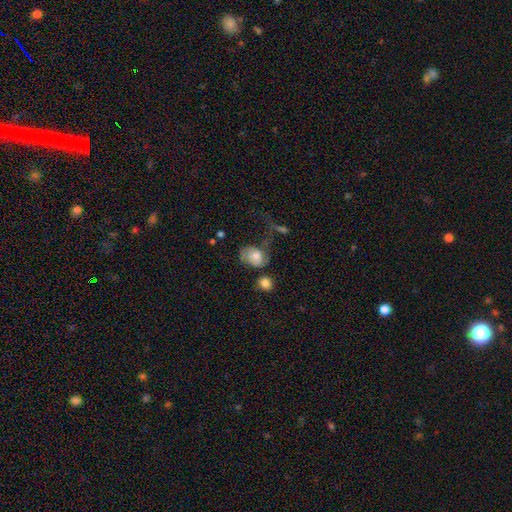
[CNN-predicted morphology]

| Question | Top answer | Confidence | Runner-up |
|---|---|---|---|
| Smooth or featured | smooth | 68% | featured or disk (23%) |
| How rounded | in between | 64% | round (35%) |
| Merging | major disturbance | 31% | tied: none (31%) |